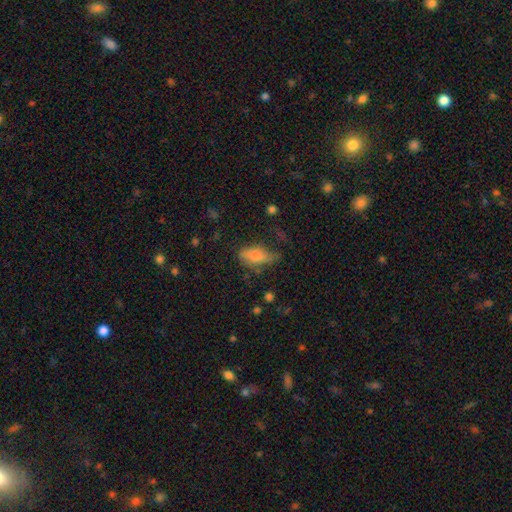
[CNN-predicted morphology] A smooth galaxy with no disk features (78%) that is in between round and cigar-shaped (86%). Merging: none (45%).